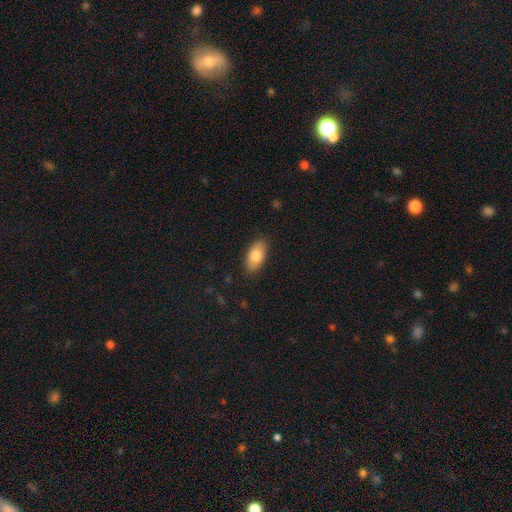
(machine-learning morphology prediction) Smooth or featured? Predicted: smooth (p=0.80). How rounded? Predicted: in between (p=0.93). Merging? Predicted: none (p=0.87).